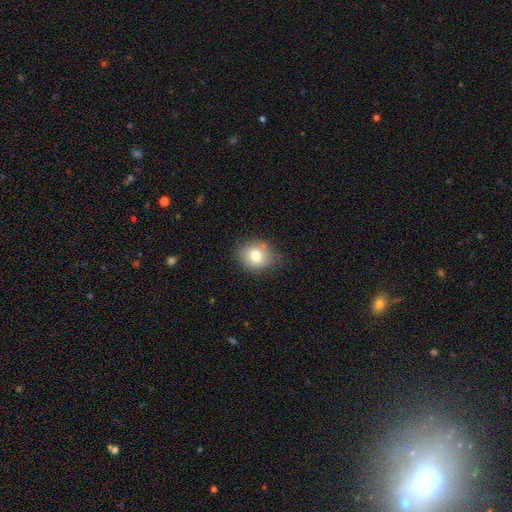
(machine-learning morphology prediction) Smooth or featured? smooth (77%)
How rounded? round (62%)
Merging? none (75%)